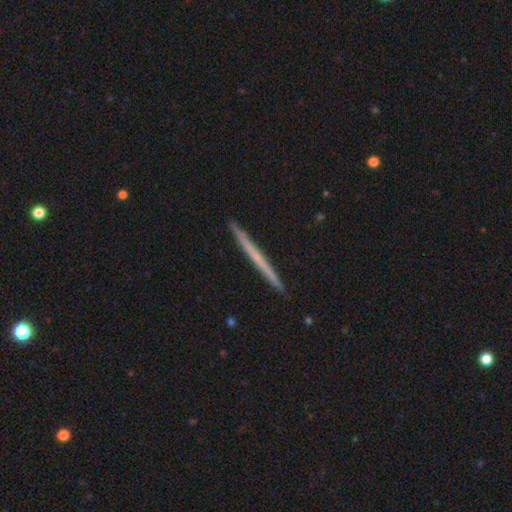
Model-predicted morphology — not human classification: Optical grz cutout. It shows a featured or disk galaxy (50%) viewed edge-on (98%). Merging: none (93%).